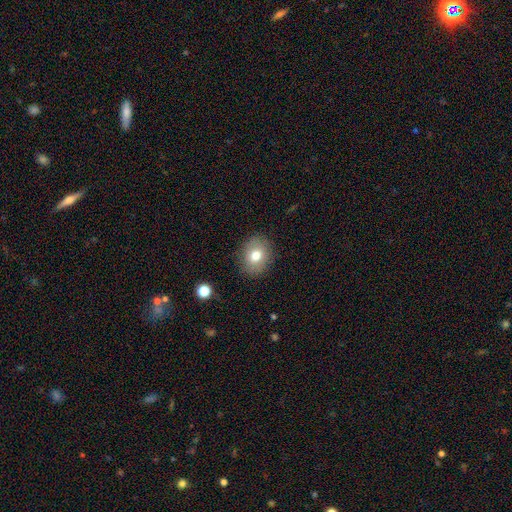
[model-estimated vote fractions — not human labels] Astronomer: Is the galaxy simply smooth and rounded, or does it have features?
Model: smooth — 75%.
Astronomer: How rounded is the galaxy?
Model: round — 51% (runner-up: in between, 49%).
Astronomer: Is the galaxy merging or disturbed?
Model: none — 86%.